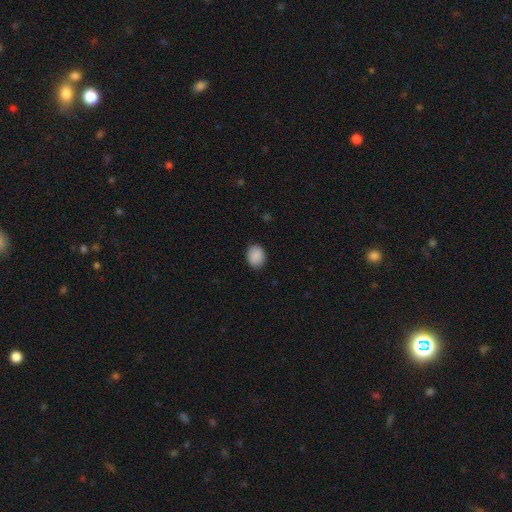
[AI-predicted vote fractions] smooth_or_featured: smooth (p=0.90) [alt: star or artifact p=0.07]
how_rounded: in between (p=0.57) [alt: round p=0.42]
merging: none (p=0.88) [alt: minor disturbance p=0.09]